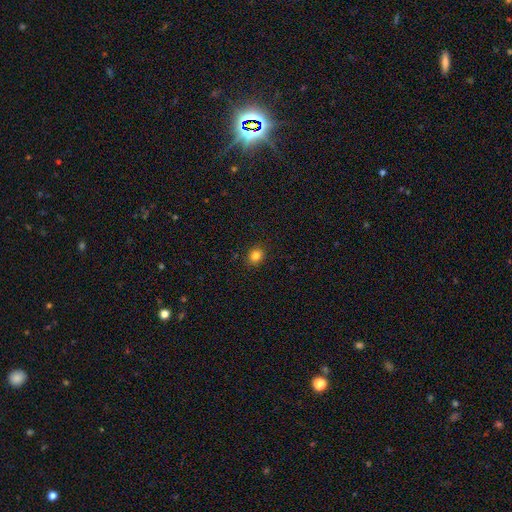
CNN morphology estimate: This is clearly a smooth galaxy (83%). How rounded: likely round (64%). Merging: clearly none (90%).